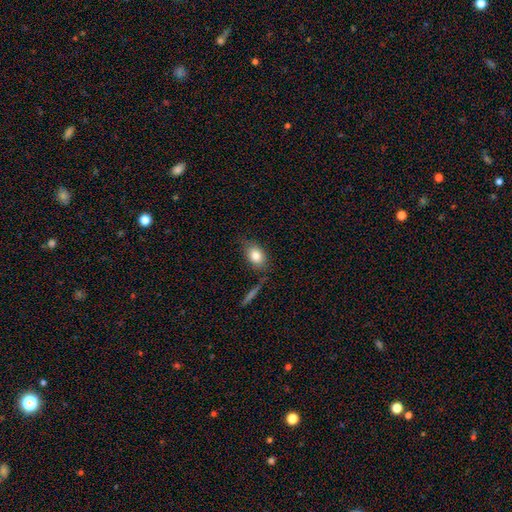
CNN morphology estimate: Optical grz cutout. It shows a smooth galaxy with no disk features (80%) that is in between round and cigar-shaped (76%). Merging: none (69%).